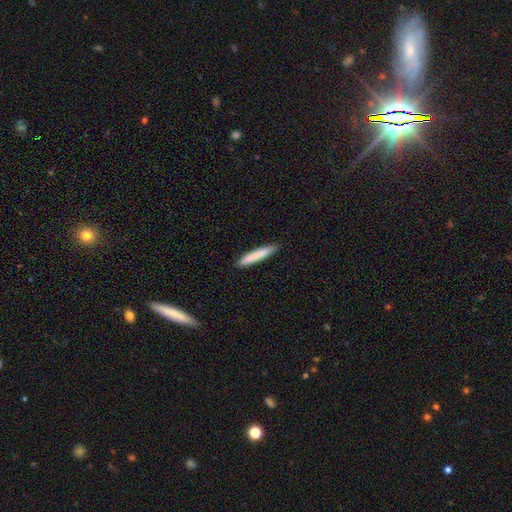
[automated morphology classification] Overall: smooth (82%). How rounded: cigar-shaped (95%). Merging: none (91%).